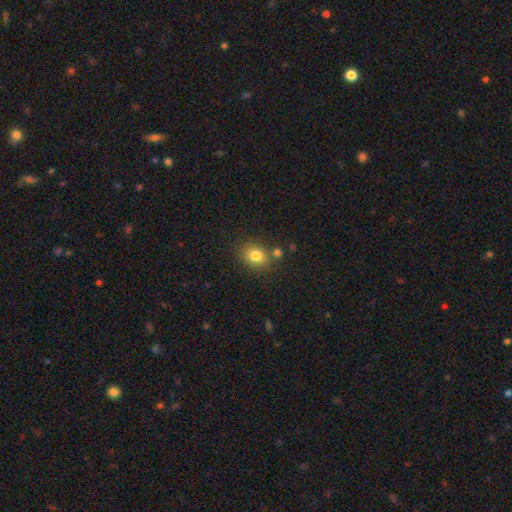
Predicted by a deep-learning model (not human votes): Morphology: type=smooth (81%); roundness=in between (52%); merging=none (75%).